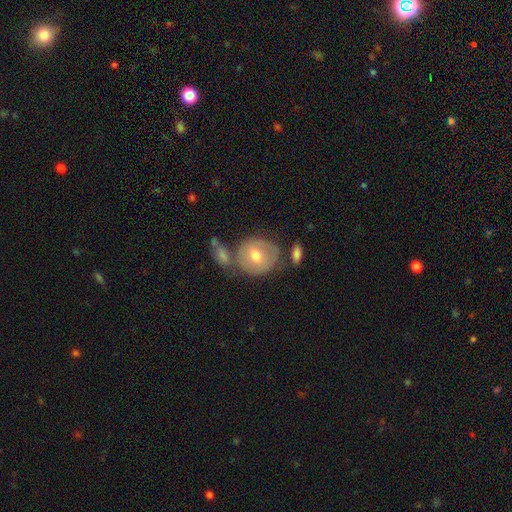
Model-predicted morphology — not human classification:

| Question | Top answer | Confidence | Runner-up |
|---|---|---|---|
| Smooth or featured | smooth | 53% | featured or disk (40%) |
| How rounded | round | 80% | in between (19%) |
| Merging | none | 55% | merger (22%) |